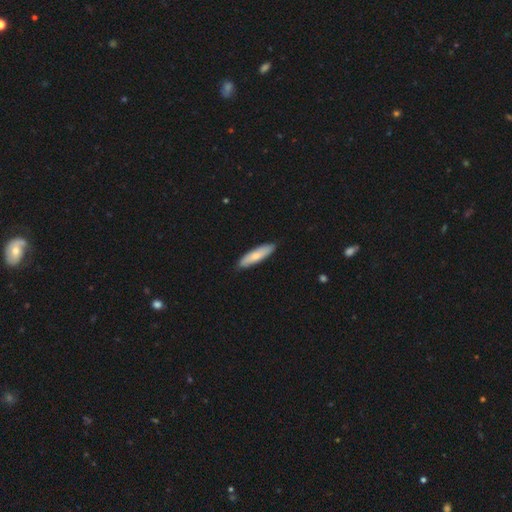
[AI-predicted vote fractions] Morphology: type=smooth (72%); roundness=cigar-shaped (70%); merging=none (89%).